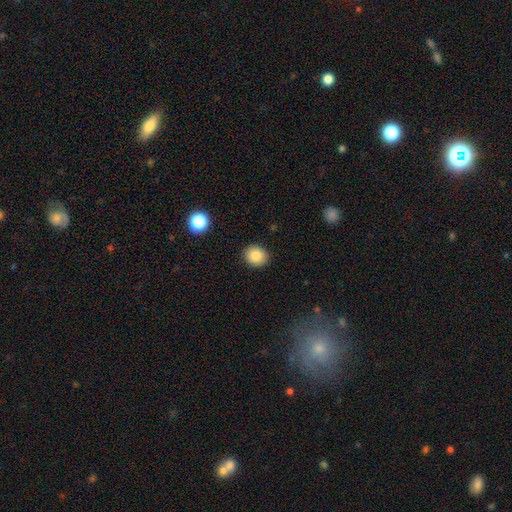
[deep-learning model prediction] Overall: smooth (86%). How rounded: round (76%). Merging: none (90%).